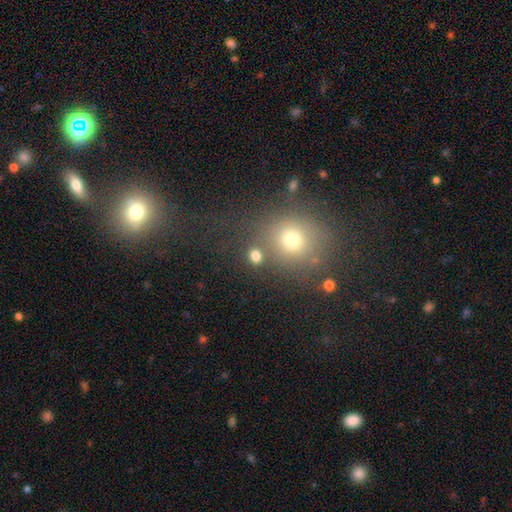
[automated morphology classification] Smooth or featured? Predicted: smooth (p=0.77). How rounded? Predicted: round (p=0.75). Merging? Predicted: none (p=0.73).